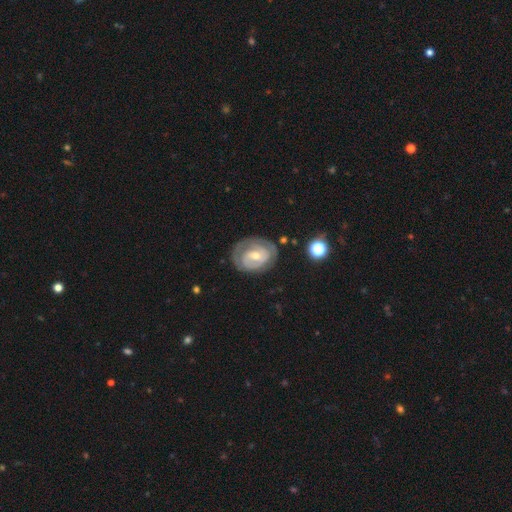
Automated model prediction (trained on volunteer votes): Smooth or featured? featured or disk (76%)
Edge-on disk? no (97%)
Bar? no (45%)
Spiral arms? yes (79%)
Spiral winding? tight (64%)
Spiral arm count? 2 (48%)
Bulge size? moderate (52%)
Merging? none (66%)